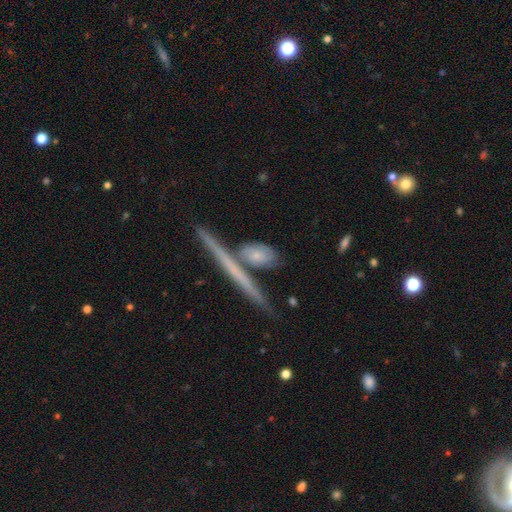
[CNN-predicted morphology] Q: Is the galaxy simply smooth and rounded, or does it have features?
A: featured or disk — 54%.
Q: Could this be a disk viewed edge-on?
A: yes — 92%.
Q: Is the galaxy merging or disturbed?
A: none — 72%.